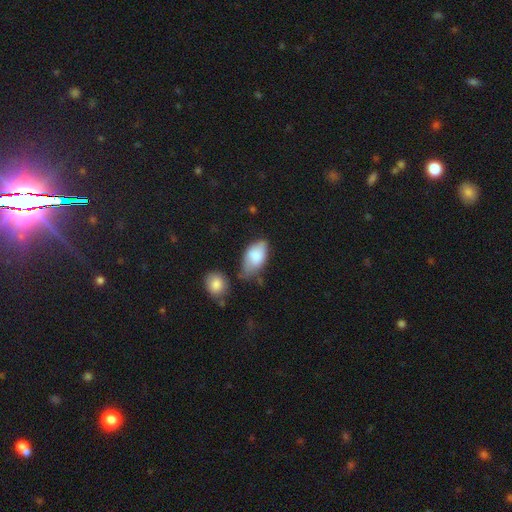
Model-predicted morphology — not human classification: Q: Smooth or featured?
A: smooth (80%); runner-up: featured or disk (13%)
Q: How rounded?
A: in between (93%); runner-up: round (4%)
Q: Merging?
A: none (40%); runner-up: minor disturbance (36%)